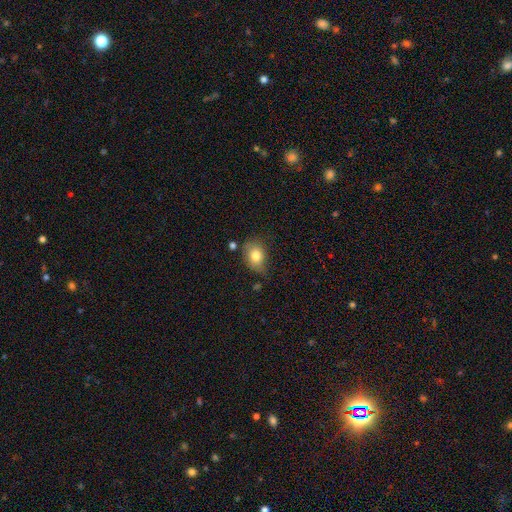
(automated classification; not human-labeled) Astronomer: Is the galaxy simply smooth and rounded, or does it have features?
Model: smooth — 79%.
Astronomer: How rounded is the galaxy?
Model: in between — 68%.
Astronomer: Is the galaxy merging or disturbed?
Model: none — 61%.